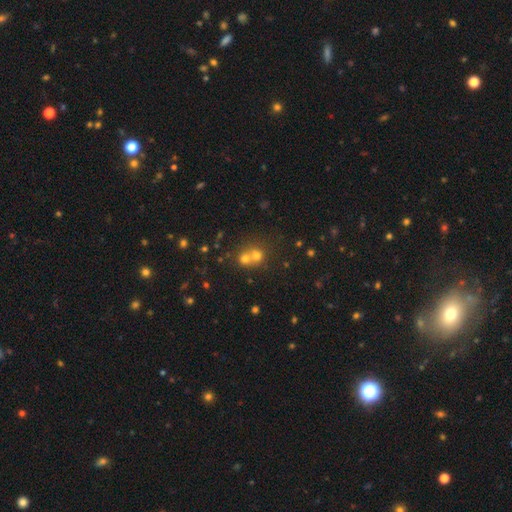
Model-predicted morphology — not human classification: This is likely a smooth galaxy (63%). How rounded: clearly round (83%). Merging: possibly merger (57%).